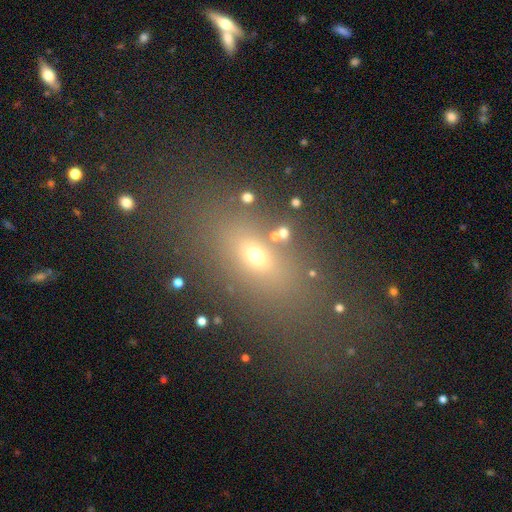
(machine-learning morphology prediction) Q: Smooth or featured?
A: smooth (58%); runner-up: star or artifact (25%)
Q: How rounded?
A: in between (68%); runner-up: round (19%)
Q: Merging?
A: none (73%); runner-up: minor disturbance (13%)